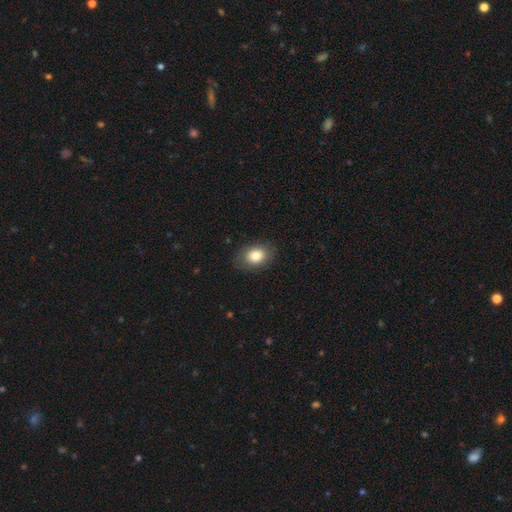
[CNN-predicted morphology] Smooth or featured? Predicted: smooth (p=0.81). How rounded? Predicted: in between (p=0.69). Merging? Predicted: none (p=0.82).